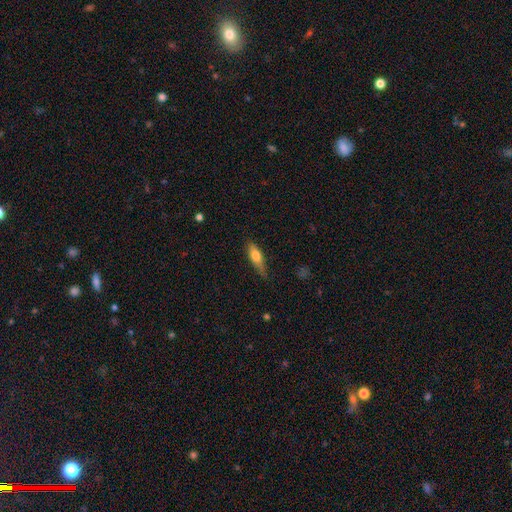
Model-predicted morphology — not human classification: The model was most divided on "how rounded": in between: 50%, cigar-shaped: 47%, round: 3%. More confident: smooth or featured — smooth (66%); merging — none (66%).